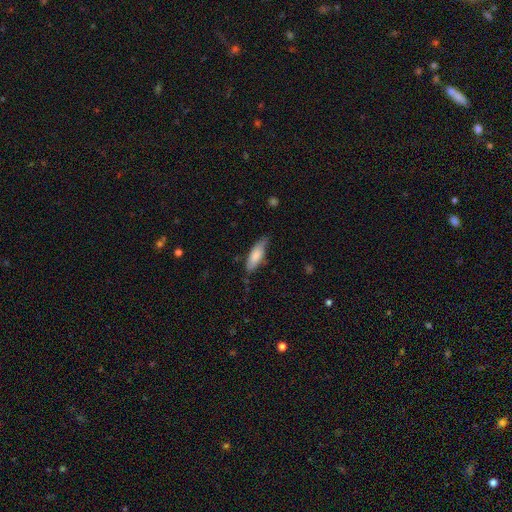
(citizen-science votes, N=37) smooth_or_featured: smooth (p=0.81) [alt: featured or disk p=0.19]
how_rounded: in between (p=0.50) [tied with: cigar-shaped p=0.50]
merging: none (p=0.62) [alt: minor disturbance p=0.24]